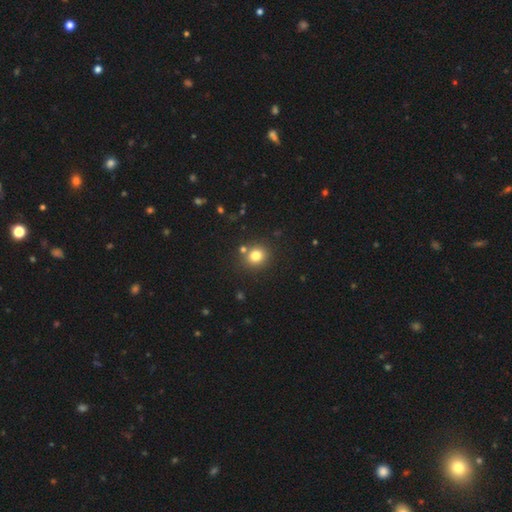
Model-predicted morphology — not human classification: type=smooth (79%); roundness=round (82%); merging=none (80%).